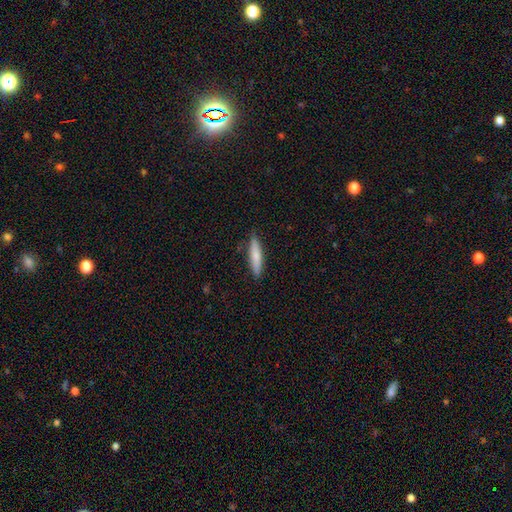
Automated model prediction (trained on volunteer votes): This is likely a smooth galaxy (75%). How rounded: clearly cigar-shaped (85%). Merging: clearly none (87%).